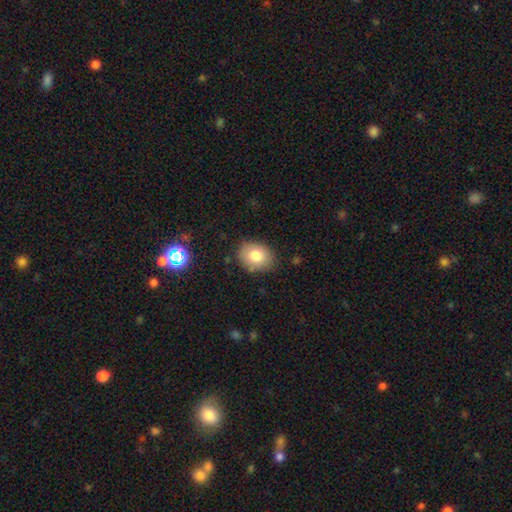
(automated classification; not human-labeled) A smooth galaxy with no disk features (80%) that is in between round and cigar-shaped (57%). Merging: none (82%).